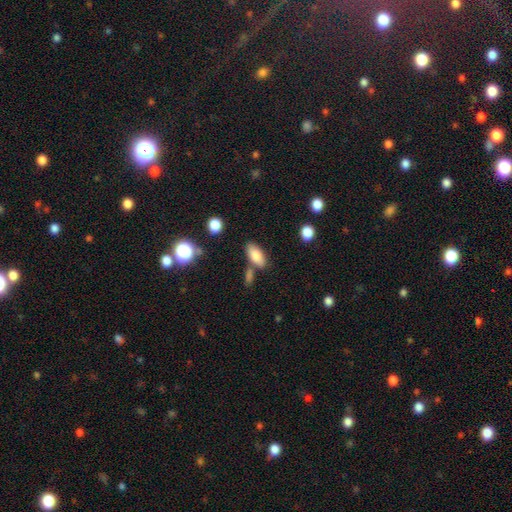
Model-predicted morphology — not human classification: This is clearly a smooth galaxy (80%). How rounded: clearly in between (88%). Merging: likely none (69%).